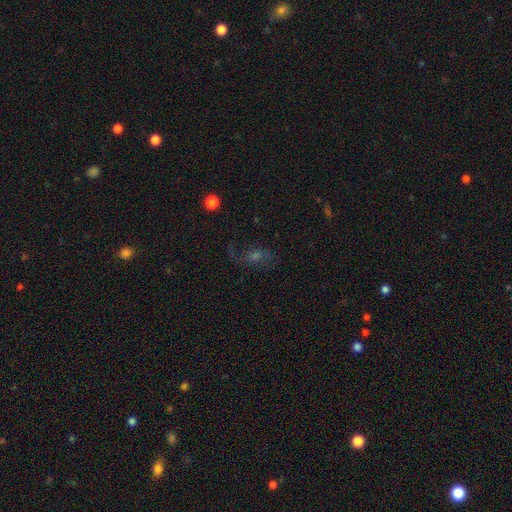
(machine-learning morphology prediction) This is possibly a featured or disk galaxy (54%). It is clearly not viewed edge-on (92%). Merging: likely none (63%).